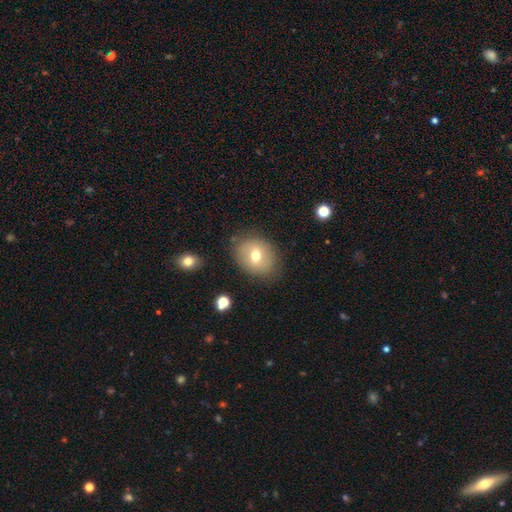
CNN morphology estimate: Smooth or featured: smooth — 65% (featured or disk — 25%)
How rounded: round — 53% (in between — 46%)
Merging: none — 79% (minor disturbance — 14%)